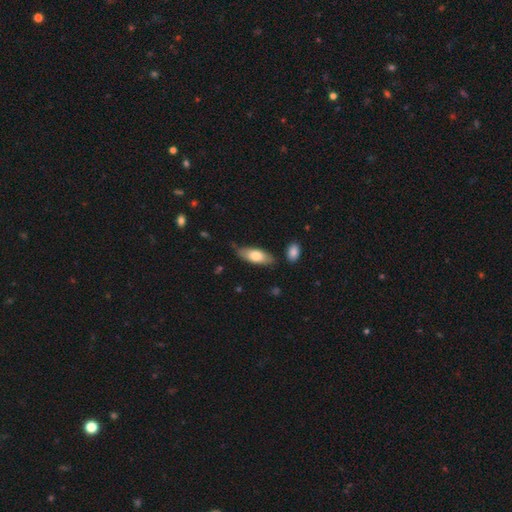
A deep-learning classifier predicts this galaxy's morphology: Overall: smooth (75%). How rounded: in between (78%). Merging: none (78%).